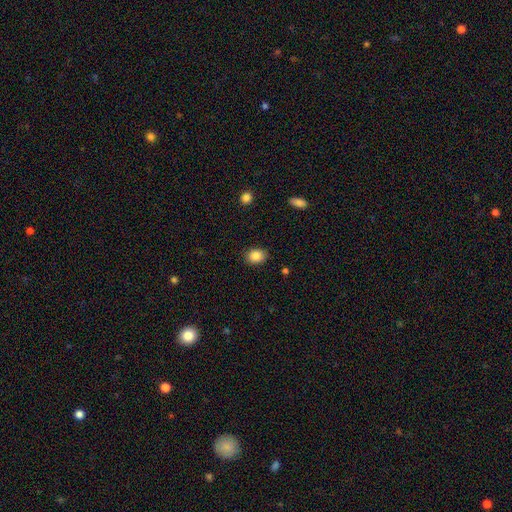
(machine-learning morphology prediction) Smooth or featured?
  - smooth: 87% *
  - star or artifact: 9%
  - featured or disk: 5%
How rounded?
  - in between: 62% *
  - round: 37%
  - cigar-shaped: 1%
Merging?
  - none: 87% *
  - minor disturbance: 10%
  - major disturbance: 2%
  - merger: 1%